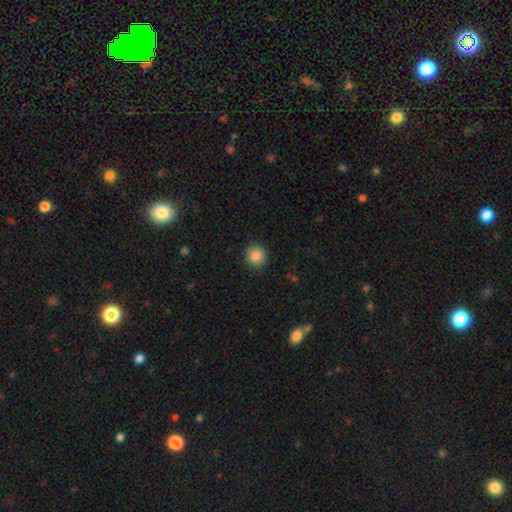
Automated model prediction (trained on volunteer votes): This is clearly a smooth galaxy (86%). How rounded: clearly round (86%). Merging: clearly none (89%).